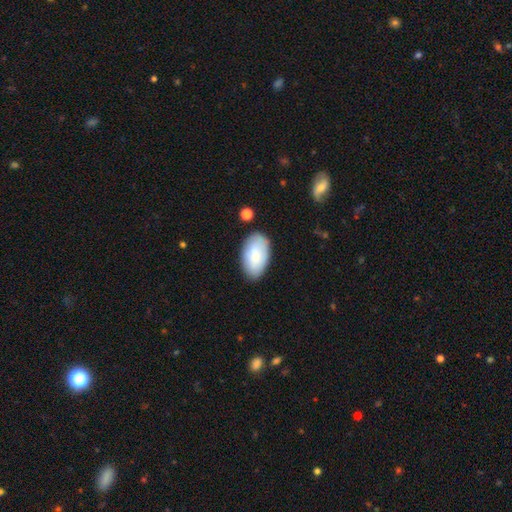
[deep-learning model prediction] A smooth galaxy with no disk features (80%) that is in between round and cigar-shaped (95%).

Vote fractions:
- Smooth or featured? smooth: 80% / featured or disk: 14% / star or artifact: 6%
- How rounded? in between: 95% / round: 3% / cigar-shaped: 2%
- Merging? none: 81% / minor disturbance: 13% / major disturbance: 3% / merger: 2%